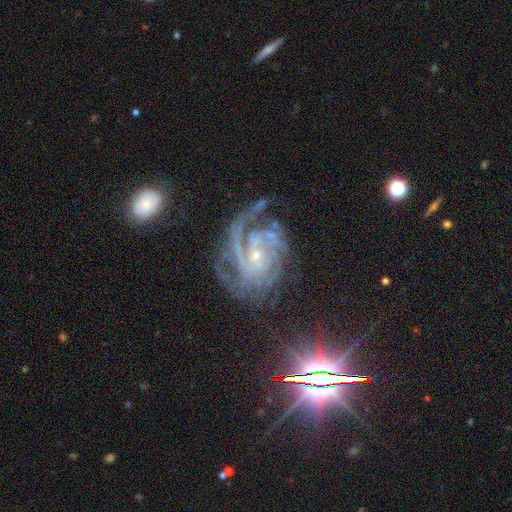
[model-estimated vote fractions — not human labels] Q: Smooth or featured?
A: featured or disk (87%); runner-up: star or artifact (9%)
Q: Edge-on disk?
A: no (98%); runner-up: yes (2%)
Q: Bar?
A: no (61%); runner-up: weak (29%)
Q: Spiral arms?
A: yes (97%); runner-up: no (3%)
Q: Spiral winding?
A: tight (55%); runner-up: medium (38%)
Q: Spiral arm count?
A: 3 (28%); runner-up: can't tell (20%)
Q: Bulge size?
A: small (79%); runner-up: moderate (16%)
Q: Merging?
A: none (54%); runner-up: minor disturbance (21%)